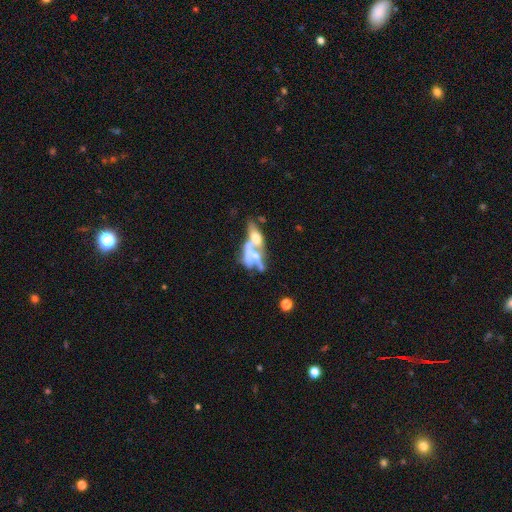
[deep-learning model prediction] This is possibly a featured or disk galaxy (60%). It is clearly not viewed edge-on (88%). Bar: clearly no (81%). Spiral arm pattern: likely no (74%). Central bulge: possibly moderate (49%). Merging: likely merger (72%).